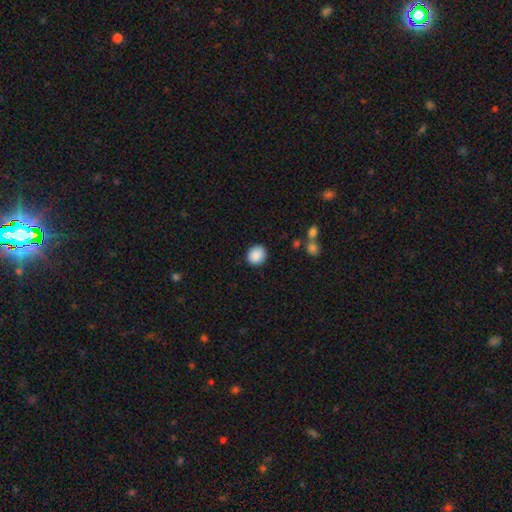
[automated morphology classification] A smooth galaxy with no disk features (88%) that is round (86%). Merging: none (87%).